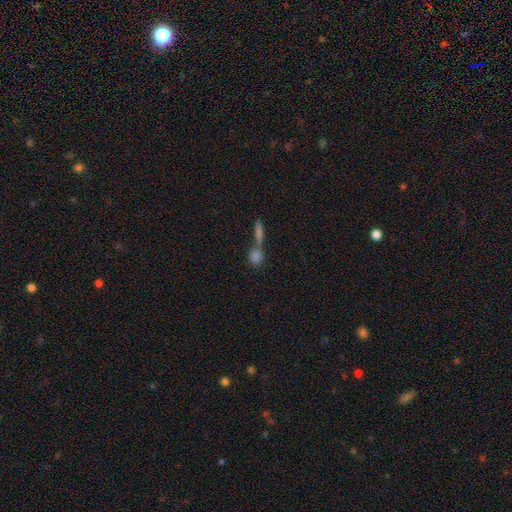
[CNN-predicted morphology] Smooth or featured? smooth (74%)
How rounded? round (47%)
Merging? merger (48%)